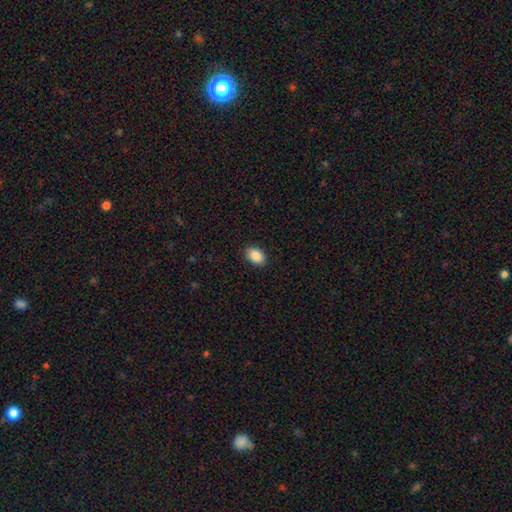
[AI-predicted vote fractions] A smooth galaxy with no disk features (89%) that is in between round and cigar-shaped (86%).

Vote fractions:
- Smooth or featured? smooth: 89% / star or artifact: 7% / featured or disk: 3%
- How rounded? in between: 86% / round: 13% / cigar-shaped: 1%
- Merging? none: 90% / minor disturbance: 8% / major disturbance: 2% / merger: 1%